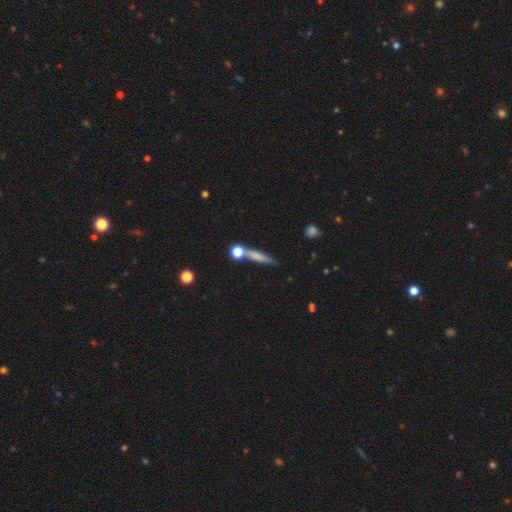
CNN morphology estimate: Smooth or featured?
  - smooth: 63% *
  - featured or disk: 27%
  - star or artifact: 10%
How rounded?
  - cigar-shaped: 76% *
  - in between: 14%
  - round: 10%
Merging?
  - none: 65% *
  - merger: 17%
  - minor disturbance: 13%
  - major disturbance: 5%